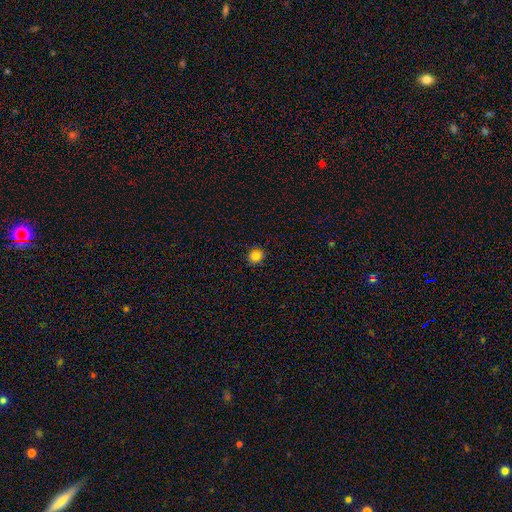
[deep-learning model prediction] The model was most divided on "smooth or featured": smooth: 83%, star or artifact: 12%, featured or disk: 5%. More confident: merging — none (89%); how rounded — round (87%).